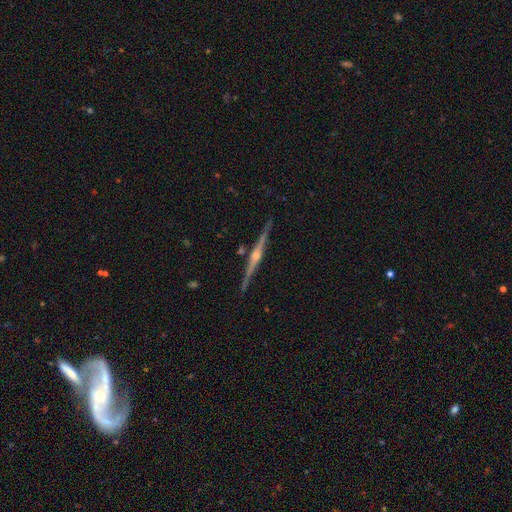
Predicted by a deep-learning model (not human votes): Smooth or featured: featured or disk — 86% (smooth — 8%)
Edge-on disk: yes — 98% (no — 2%)
Edge-on bulge: rounded — 88% (boxy — 8%)
Merging: none — 88% (minor disturbance — 8%)